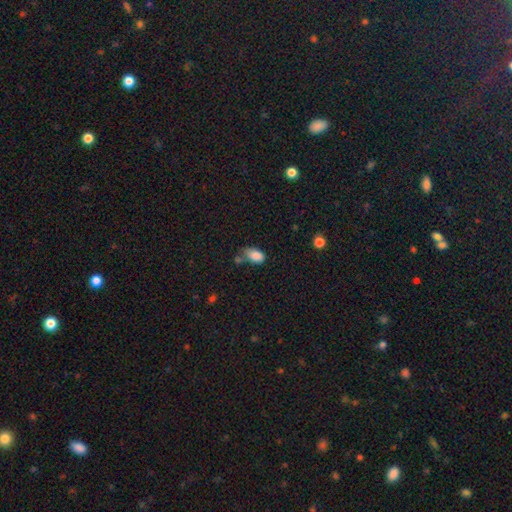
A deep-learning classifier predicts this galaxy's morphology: A smooth galaxy with no disk features (85%) that is in between round and cigar-shaped (91%). Merging: none (45%).